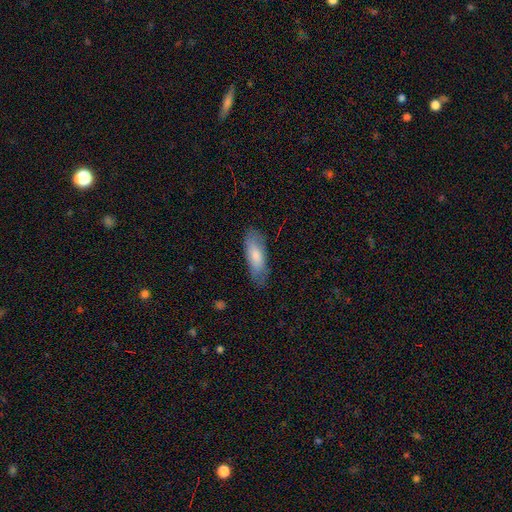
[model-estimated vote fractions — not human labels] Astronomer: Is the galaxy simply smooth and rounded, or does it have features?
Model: smooth — 77%.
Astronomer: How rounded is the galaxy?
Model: in between — 66%.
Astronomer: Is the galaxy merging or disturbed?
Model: none — 72%.